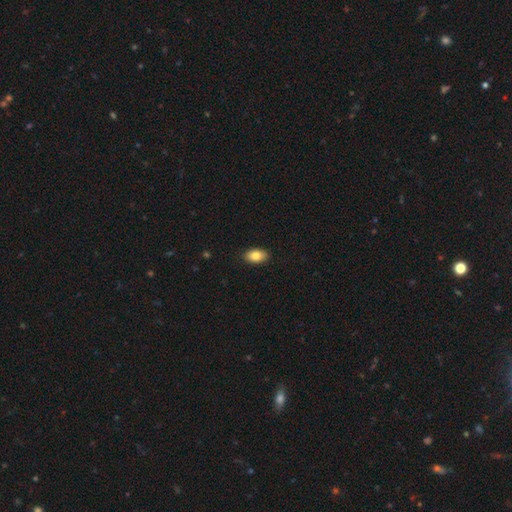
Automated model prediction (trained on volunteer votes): Overall: smooth (84%). How rounded: in between (92%). Merging: none (89%).